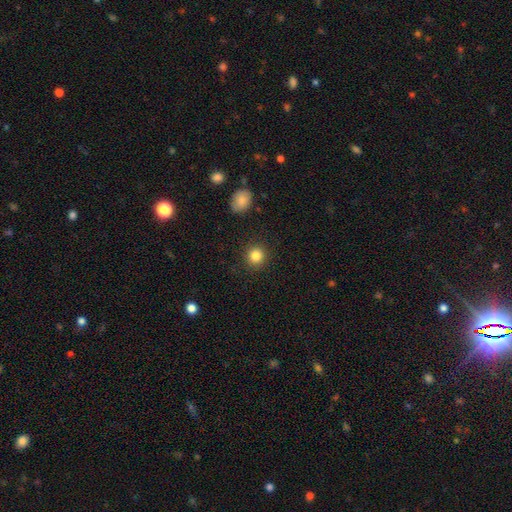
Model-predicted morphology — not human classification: type=smooth (85%); roundness=round (90%); merging=none (90%).